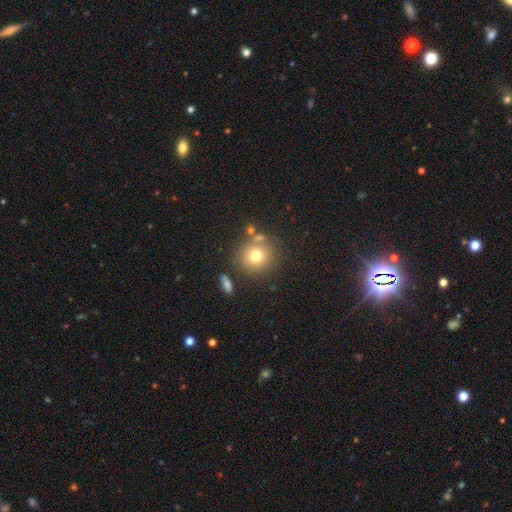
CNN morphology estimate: smooth-or-featured: smooth: 73% | star or artifact: 14% | featured or disk: 13%
  how-rounded: round: 91% | in between: 8% | cigar-shaped: 1%
  merging: none: 76% | merger: 11% | minor disturbance: 10% | major disturbance: 4%